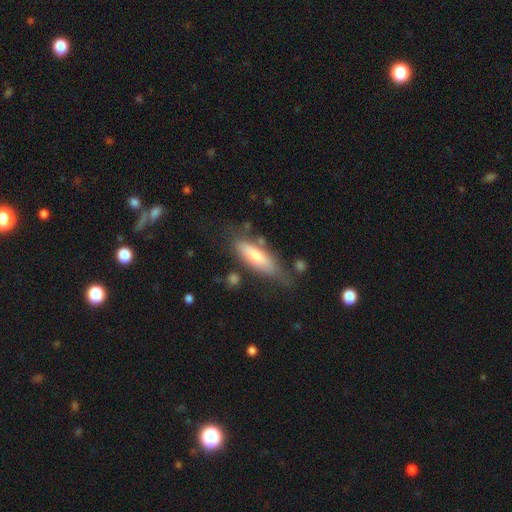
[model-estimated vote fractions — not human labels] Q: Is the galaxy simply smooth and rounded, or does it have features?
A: smooth — 64%.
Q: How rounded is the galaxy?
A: in between — 52%.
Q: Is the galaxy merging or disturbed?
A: none — 62%.